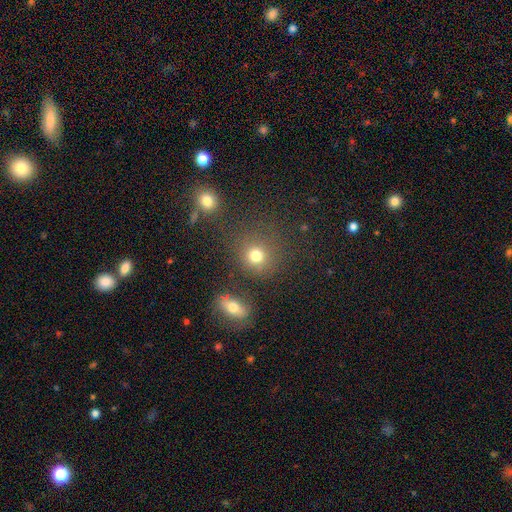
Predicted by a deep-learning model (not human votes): Smooth or featured? smooth (77%)
How rounded? round (83%)
Merging? none (73%)